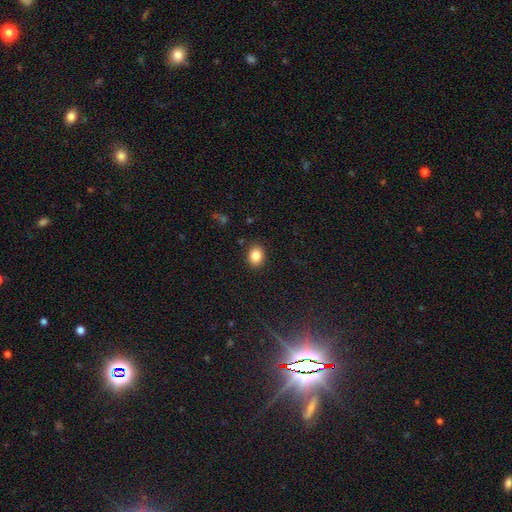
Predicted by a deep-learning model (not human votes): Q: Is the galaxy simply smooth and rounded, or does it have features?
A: smooth — 85%.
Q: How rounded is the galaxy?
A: in between — 56%.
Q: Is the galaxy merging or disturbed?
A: none — 89%.